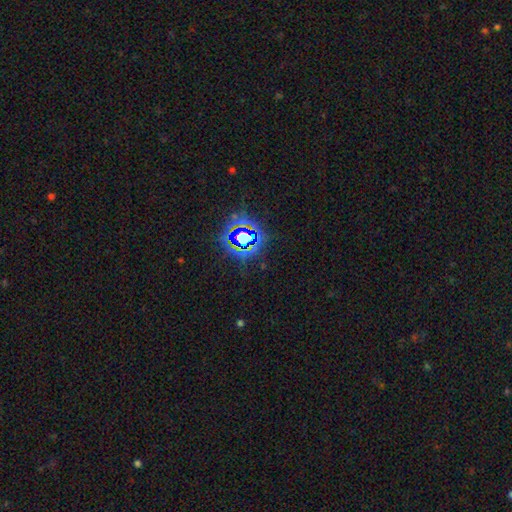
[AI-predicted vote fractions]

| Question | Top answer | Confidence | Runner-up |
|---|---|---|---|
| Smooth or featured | star or artifact | 79% | smooth (13%) |